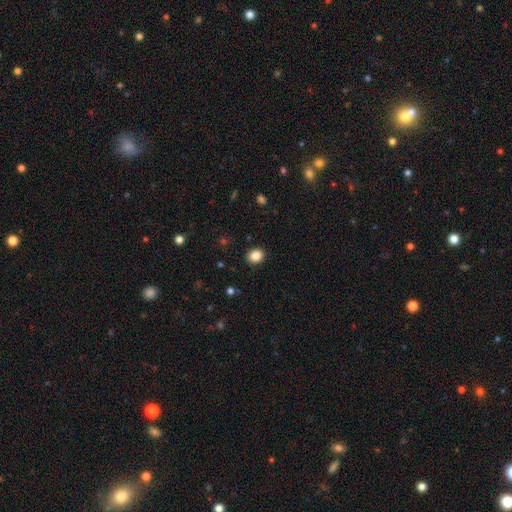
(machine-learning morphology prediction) Smooth or featured? smooth (86%)
How rounded? round (53%)
Merging? none (90%)